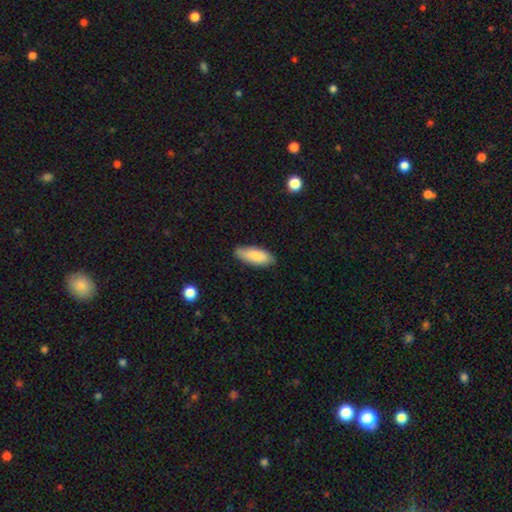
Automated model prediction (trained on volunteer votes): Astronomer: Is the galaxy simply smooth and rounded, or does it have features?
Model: smooth — 86%.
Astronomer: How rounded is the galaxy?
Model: in between — 77%.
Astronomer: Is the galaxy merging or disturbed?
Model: none — 82%.